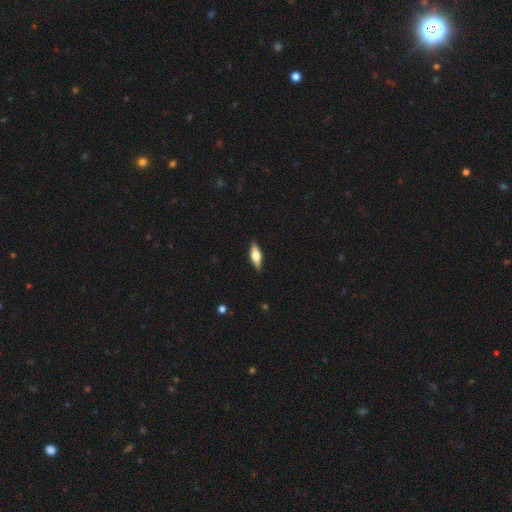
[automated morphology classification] Smooth or featured: smooth — 48% (featured or disk — 46%)
Merging: none — 89% (minor disturbance — 9%)